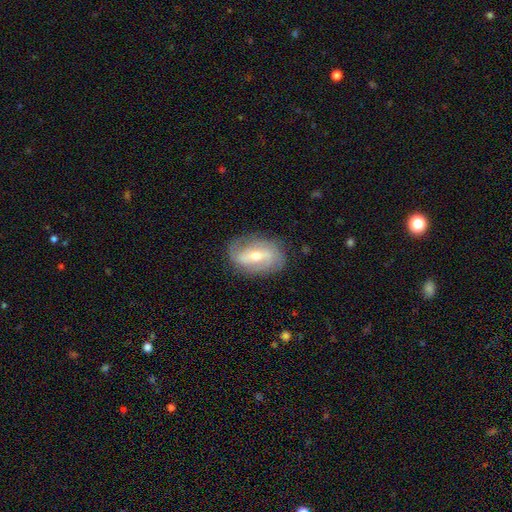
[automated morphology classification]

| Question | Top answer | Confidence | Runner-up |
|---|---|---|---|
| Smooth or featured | featured or disk | 72% | smooth (21%) |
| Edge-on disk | no | 94% | yes (6%) |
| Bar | weak | 42% | strong (37%) |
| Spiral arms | yes | 83% | no (17%) |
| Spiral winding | medium | 39% | loose (31%) |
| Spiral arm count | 2 | 69% | can't tell (18%) |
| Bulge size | moderate | 55% | small (41%) |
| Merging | none | 77% | minor disturbance (16%) |